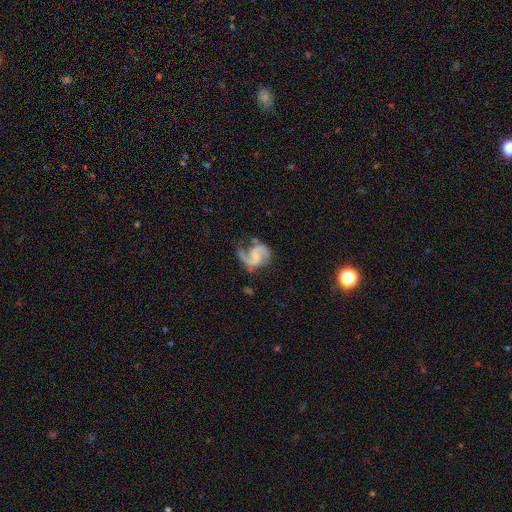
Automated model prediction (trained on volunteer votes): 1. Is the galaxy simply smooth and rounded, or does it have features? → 87% featured or disk, 7% smooth, 5% star or artifact.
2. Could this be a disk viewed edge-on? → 98% no, 2% yes.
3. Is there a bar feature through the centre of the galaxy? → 46% no, 42% weak, 12% strong.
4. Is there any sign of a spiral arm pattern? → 97% yes, 3% no.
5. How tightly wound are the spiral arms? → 51% medium, 36% loose, 13% tight.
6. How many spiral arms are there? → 85% 2, 9% 1, 2% can't tell, 2% 3, 1% 4, 1% more than 4.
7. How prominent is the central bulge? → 41% small, 40% none, 15% moderate, 2% large, 1% dominant.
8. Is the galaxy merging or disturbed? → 58% none, 21% minor disturbance, 17% major disturbance, 3% merger.